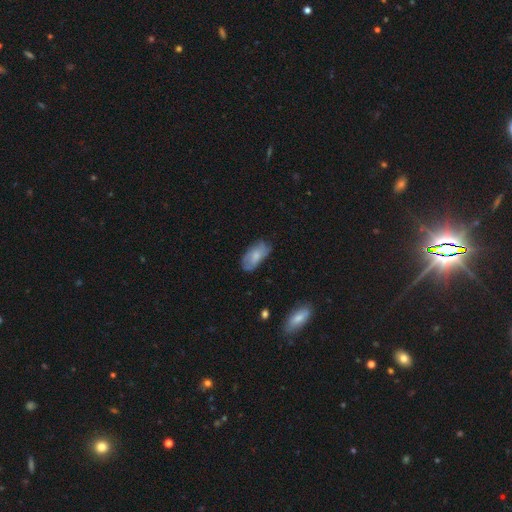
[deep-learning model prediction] Smooth or featured? Predicted: smooth (p=0.69). How rounded? Predicted: in between (p=0.92). Merging? Predicted: none (p=0.63).